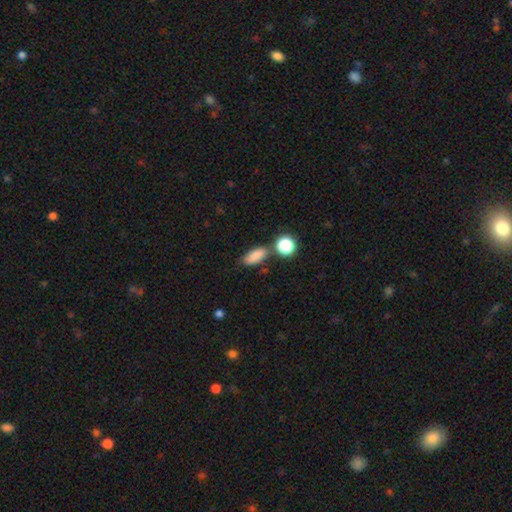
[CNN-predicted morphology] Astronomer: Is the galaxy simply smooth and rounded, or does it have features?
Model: smooth — 82%.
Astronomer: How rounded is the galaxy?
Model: in between — 78%.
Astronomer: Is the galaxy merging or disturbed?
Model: none — 67%.